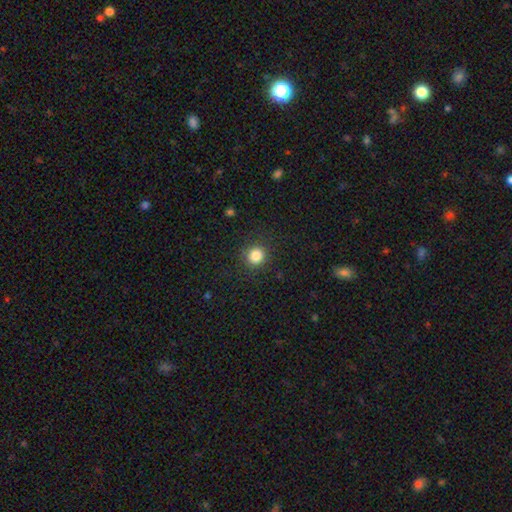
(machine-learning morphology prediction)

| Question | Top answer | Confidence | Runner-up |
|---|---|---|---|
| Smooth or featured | smooth | 84% | star or artifact (11%) |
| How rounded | round | 91% | in between (8%) |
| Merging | none | 89% | minor disturbance (7%) |